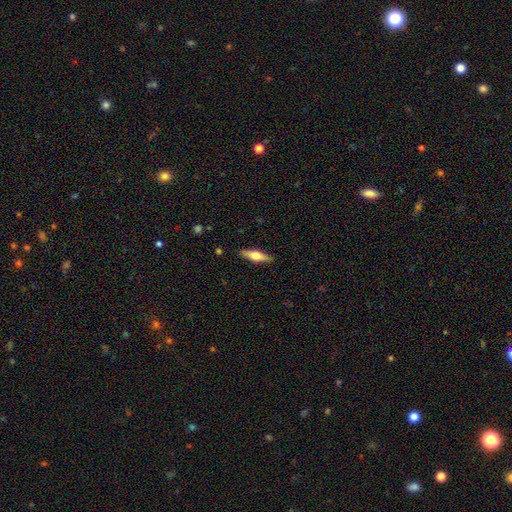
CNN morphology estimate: A smooth galaxy with no disk features (50%) that is cigar-shaped (63%). Merging: none (89%).